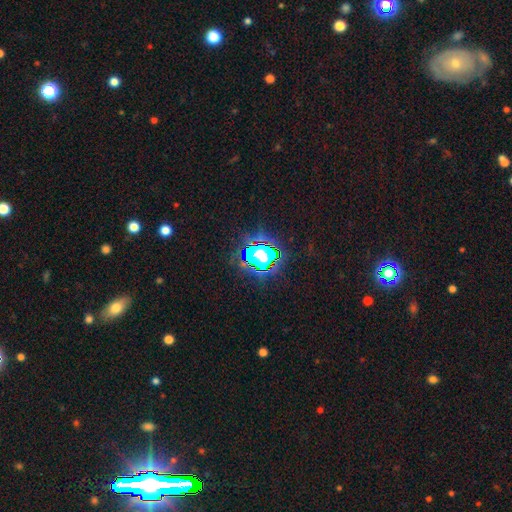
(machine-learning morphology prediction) A star or artifact, not a galaxy (76%).

Vote fractions:
- Smooth or featured? star or artifact: 76% / smooth: 15% / featured or disk: 9%